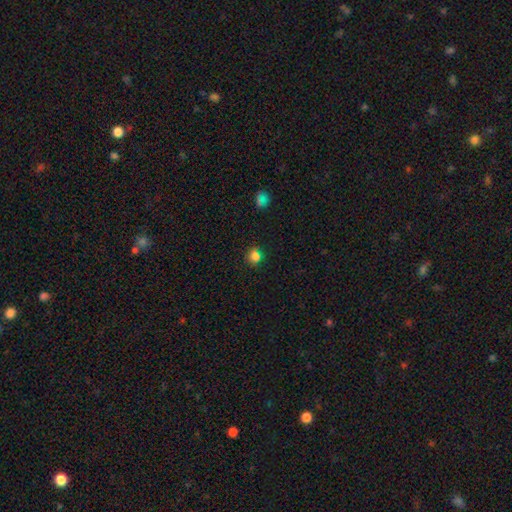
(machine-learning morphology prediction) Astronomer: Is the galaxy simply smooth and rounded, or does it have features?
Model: smooth — 73%.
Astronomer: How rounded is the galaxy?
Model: round — 79%.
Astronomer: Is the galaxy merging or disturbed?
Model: none — 82%.